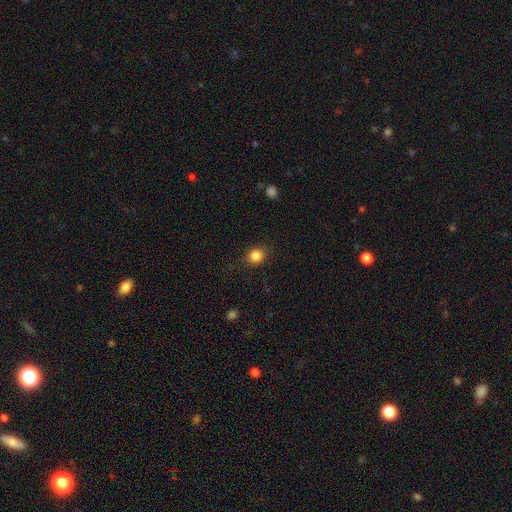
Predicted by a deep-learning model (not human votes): Smooth or featured? Predicted: smooth (p=0.85). How rounded? Predicted: round (p=0.80). Merging? Predicted: none (p=0.87).